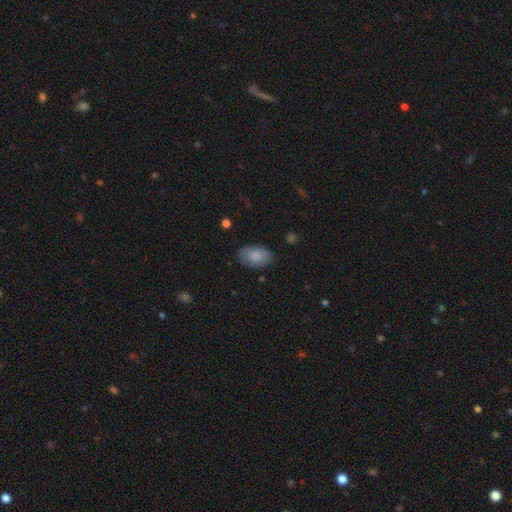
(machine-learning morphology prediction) A smooth galaxy with no disk features (86%) that is in between round and cigar-shaped (91%). Merging: none (81%).